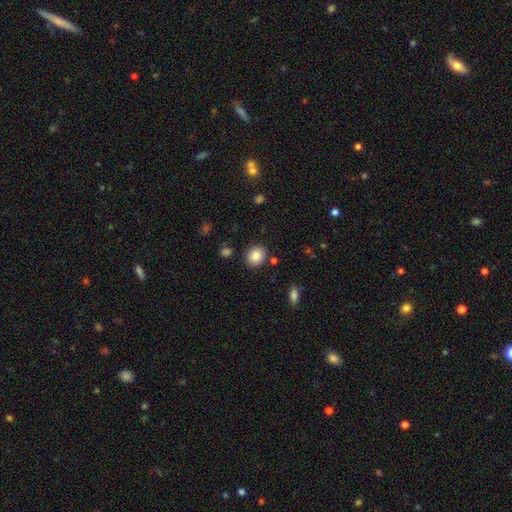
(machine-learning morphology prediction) smooth 85%, star or artifact 9%, featured or disk 6%. Down the decision tree: how rounded — round (72%); merging — none (86%).